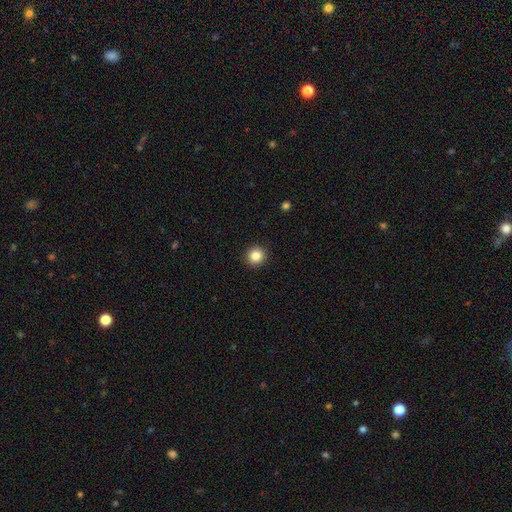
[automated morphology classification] A smooth galaxy with no disk features (85%) that is round (93%). Merging: none (93%).